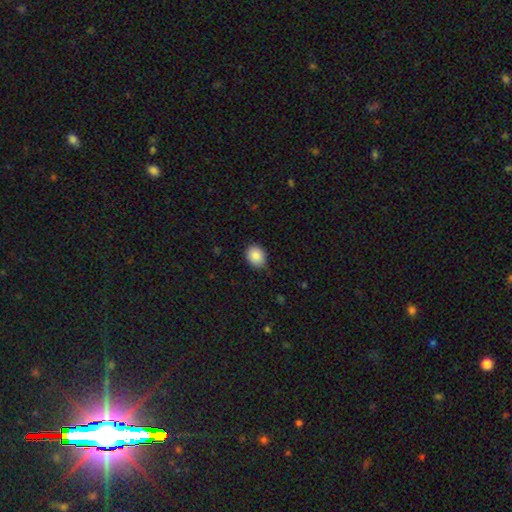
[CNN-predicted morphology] Smooth or featured? smooth (87%)
How rounded? round (50%)
Merging? none (83%)